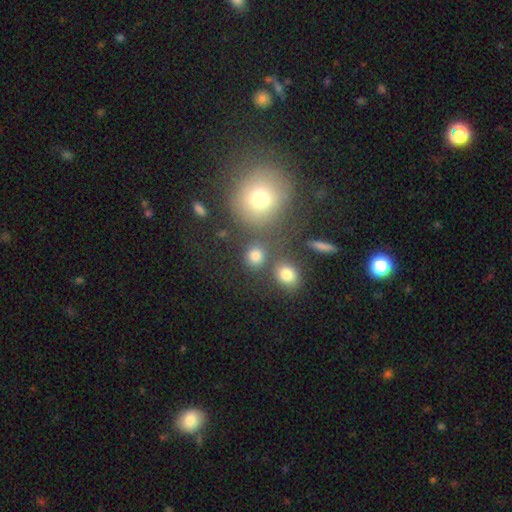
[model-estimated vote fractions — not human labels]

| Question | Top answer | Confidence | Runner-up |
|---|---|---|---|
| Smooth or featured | smooth | 78% | star or artifact (15%) |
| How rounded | round | 81% | in between (18%) |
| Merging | none | 70% | merger (15%) |